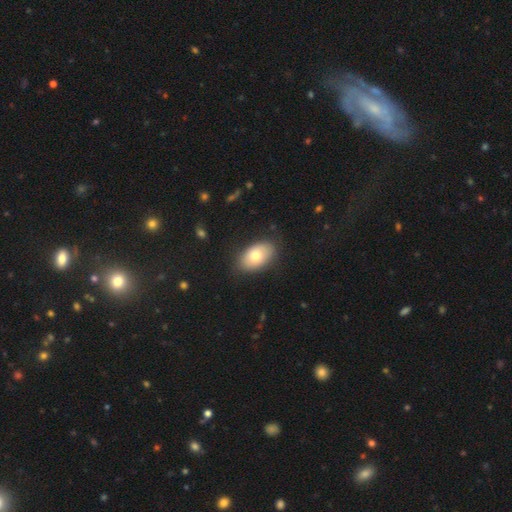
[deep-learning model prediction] Morphology: type=smooth (75%); roundness=in between (91%); merging=none (83%).